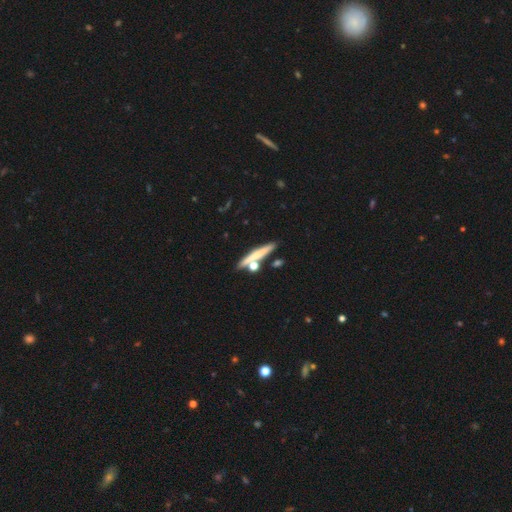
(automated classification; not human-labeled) A smooth galaxy with no disk features (59%) that is cigar-shaped (75%).

Vote fractions:
- Smooth or featured? smooth: 59% / featured or disk: 31% / star or artifact: 10%
- How rounded? cigar-shaped: 75% / round: 14% / in between: 11%
- Merging? none: 69% / merger: 16% / minor disturbance: 11% / major disturbance: 4%